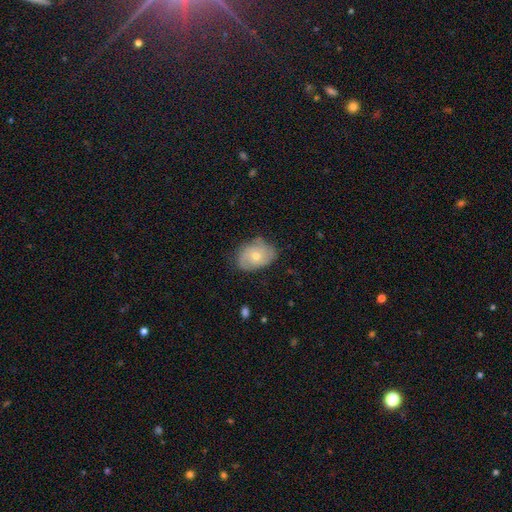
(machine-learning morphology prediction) Smooth or featured: featured or disk — 60% (smooth — 34%)
Edge-on disk: no — 96% (yes — 4%)
Bar: no — 79% (weak — 18%)
Spiral arms: yes — 86% (no — 14%)
Bulge size: moderate — 56% (small — 40%)
Merging: none — 67% (minor disturbance — 25%)